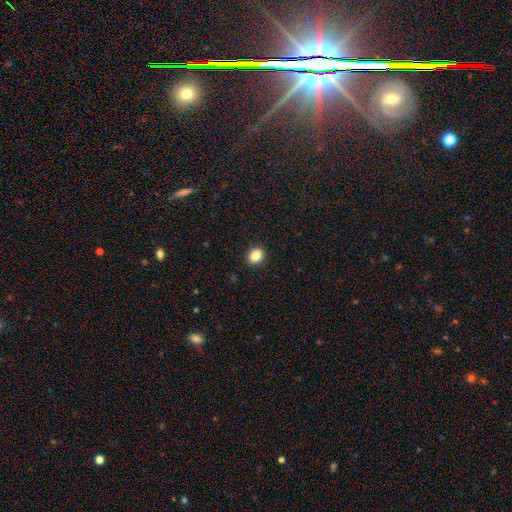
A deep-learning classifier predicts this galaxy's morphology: Overall: smooth (85%). How rounded: round (64%; in between 35%). Merging: none (92%).